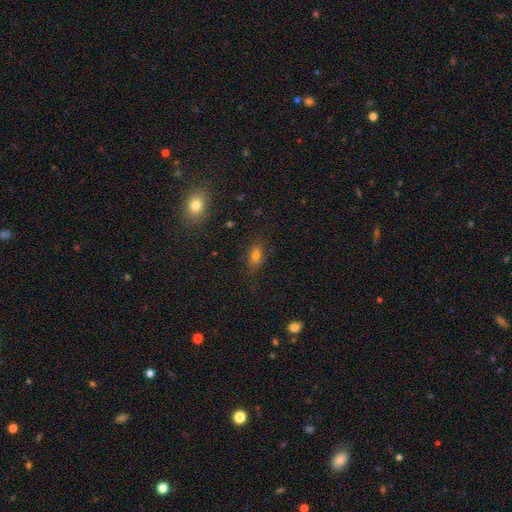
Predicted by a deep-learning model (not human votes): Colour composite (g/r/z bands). It shows a smooth galaxy with no disk features (72%) that is in between round and cigar-shaped (77%). Merging: none (75%).